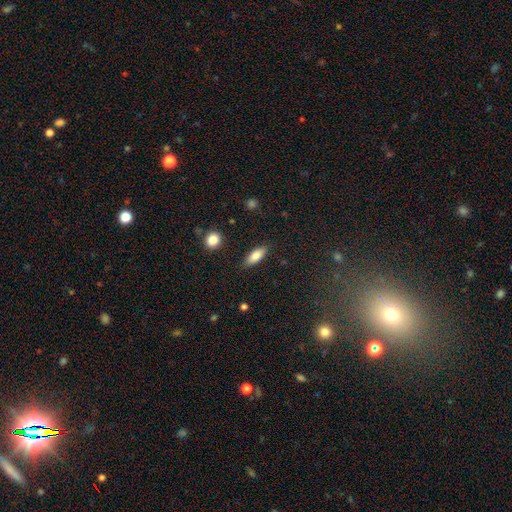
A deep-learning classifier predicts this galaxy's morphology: Smooth or featured?
  - smooth: 79% *
  - featured or disk: 14%
  - star or artifact: 7%
How rounded?
  - in between: 70% *
  - cigar-shaped: 28%
  - round: 3%
Merging?
  - none: 86% *
  - minor disturbance: 10%
  - major disturbance: 2%
  - merger: 1%